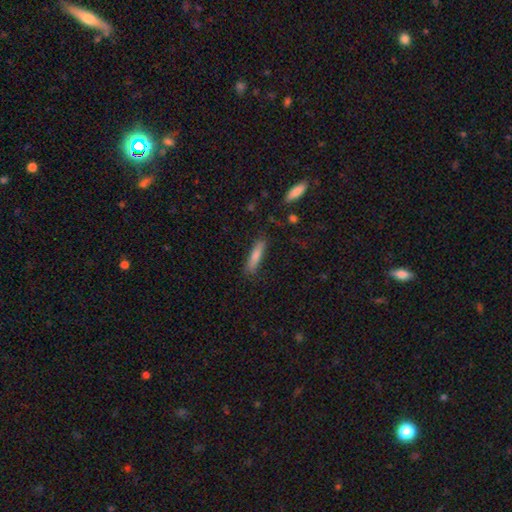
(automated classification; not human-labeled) A smooth galaxy with no disk features (76%) that is cigar-shaped (83%).

Vote fractions:
- Smooth or featured? smooth: 76% / featured or disk: 18% / star or artifact: 6%
- How rounded? cigar-shaped: 83% / in between: 15% / round: 2%
- Merging? none: 84% / minor disturbance: 12% / major disturbance: 3% / merger: 2%